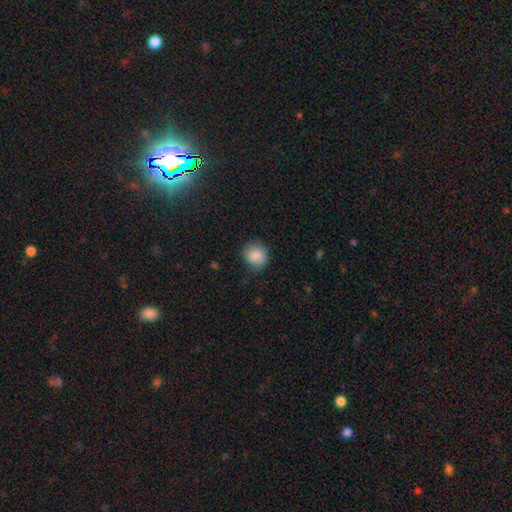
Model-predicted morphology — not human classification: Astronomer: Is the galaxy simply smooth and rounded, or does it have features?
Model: smooth — 88%.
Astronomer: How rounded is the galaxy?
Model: round — 78%.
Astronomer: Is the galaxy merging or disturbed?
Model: none — 76%.